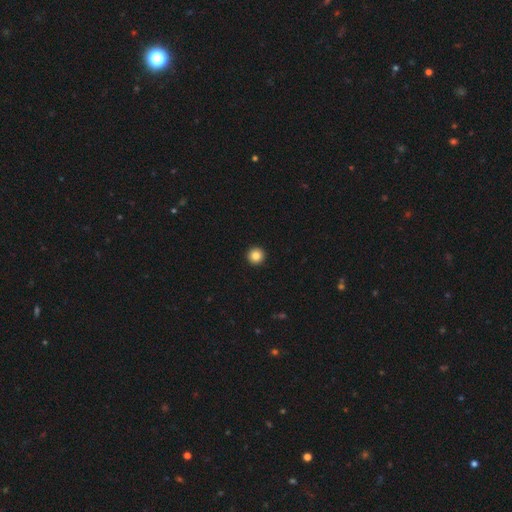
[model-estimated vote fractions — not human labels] smooth 85%, star or artifact 10%, featured or disk 5%. Down the decision tree: how rounded — round (97%); merging — none (95%).